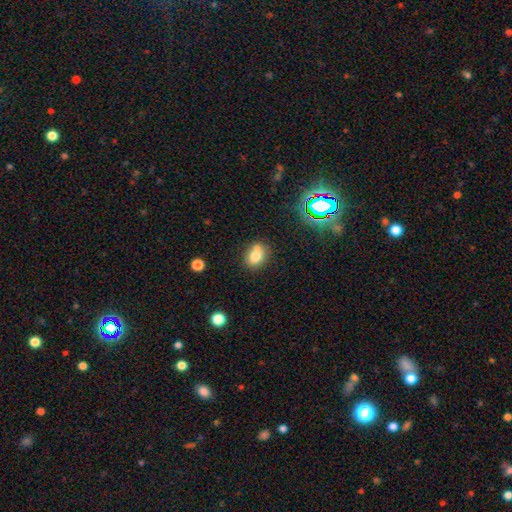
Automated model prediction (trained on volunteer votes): This appears to be a smooth galaxy with no disk features (77%) that is in between round and cigar-shaped (67%). Merging: none (71%).